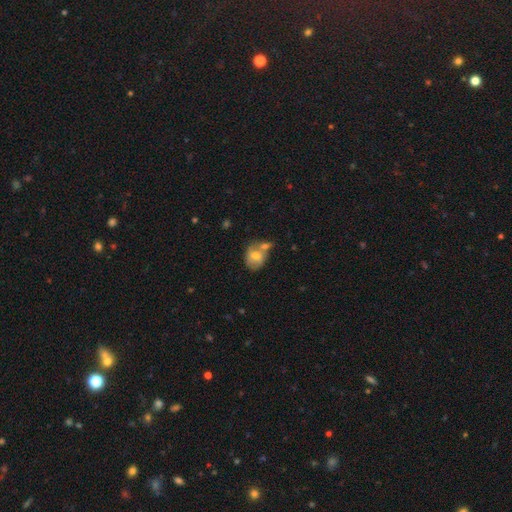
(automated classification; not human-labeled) A smooth galaxy with no disk features (62%) that is in between round and cigar-shaped (53%). Merging: merger (38%, tied with none).